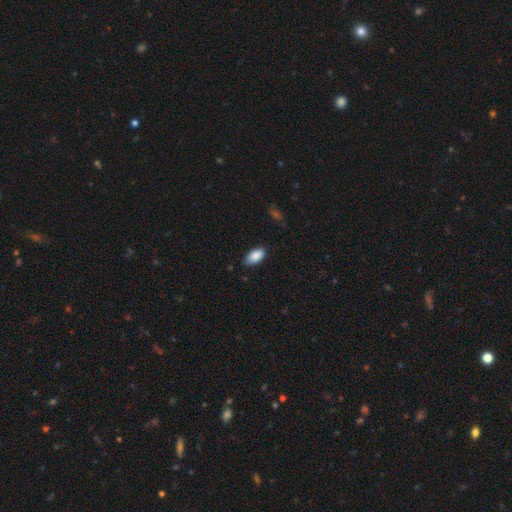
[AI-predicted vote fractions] smooth-or-featured: smooth: 87% | star or artifact: 7% | featured or disk: 6%
  how-rounded: in between: 93% | cigar-shaped: 4% | round: 3%
  merging: none: 76% | minor disturbance: 20% | major disturbance: 3% | merger: 1%